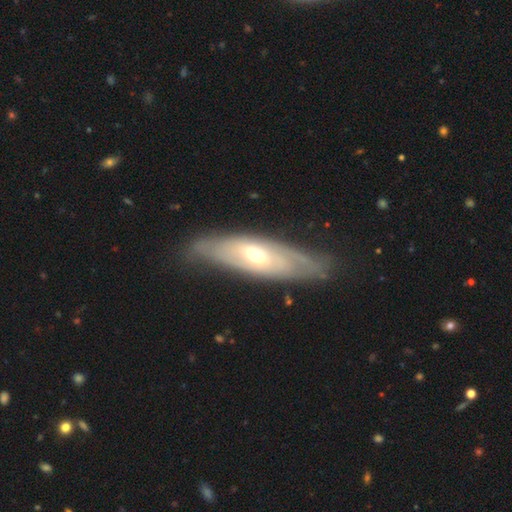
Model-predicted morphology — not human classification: Smooth or featured?
  - featured or disk: 66% *
  - smooth: 28%
  - star or artifact: 6%
Edge-on disk?
  - no: 68% *
  - yes: 32%
Merging?
  - none: 77% *
  - minor disturbance: 16%
  - major disturbance: 5%
  - merger: 1%